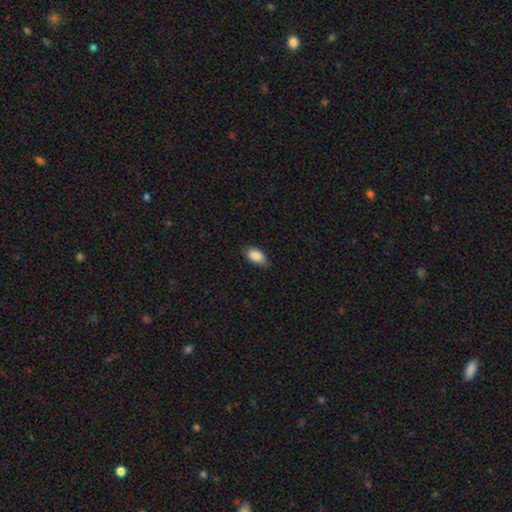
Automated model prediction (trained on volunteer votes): Overall: smooth (88%). How rounded: in between (93%). Merging: none (76%).